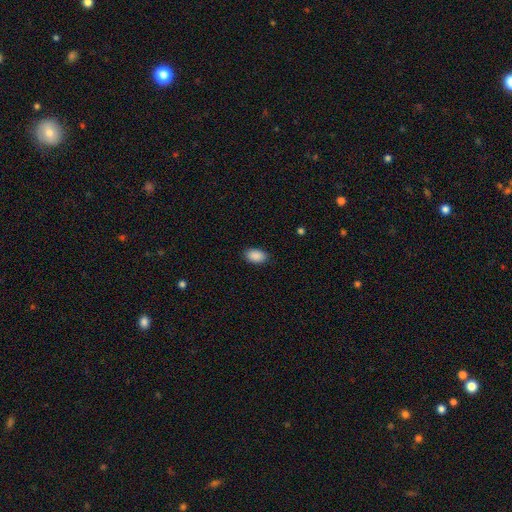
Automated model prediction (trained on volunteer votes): smooth 90%, star or artifact 7%, featured or disk 3%. Down the decision tree: how rounded — in between (92%); merging — none (87%).